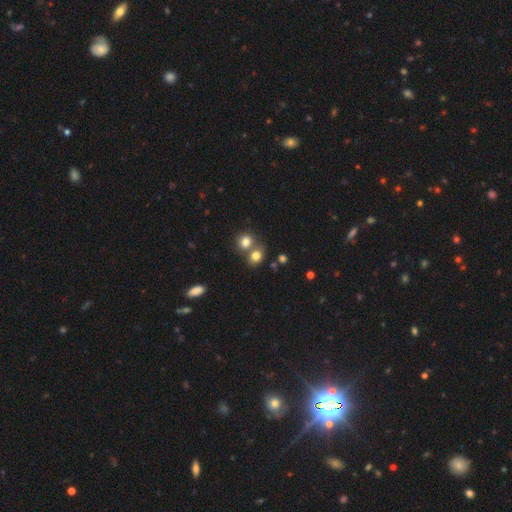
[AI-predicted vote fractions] Smooth or featured? Predicted: smooth (p=0.78). How rounded? Predicted: round (p=0.58). Merging? Predicted: none (p=0.46).